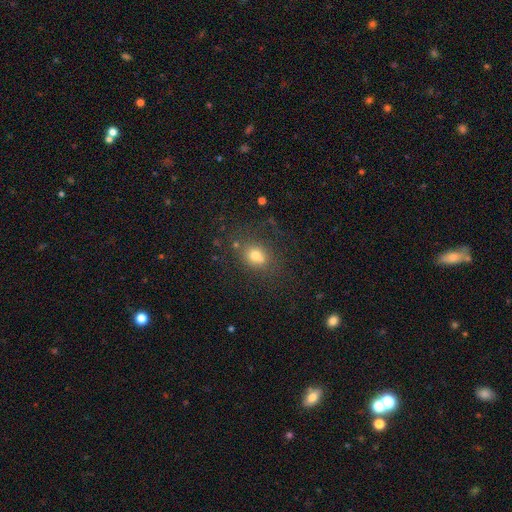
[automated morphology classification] This is likely a smooth galaxy (71%). How rounded: possibly round (55%). Merging: likely none (63%).